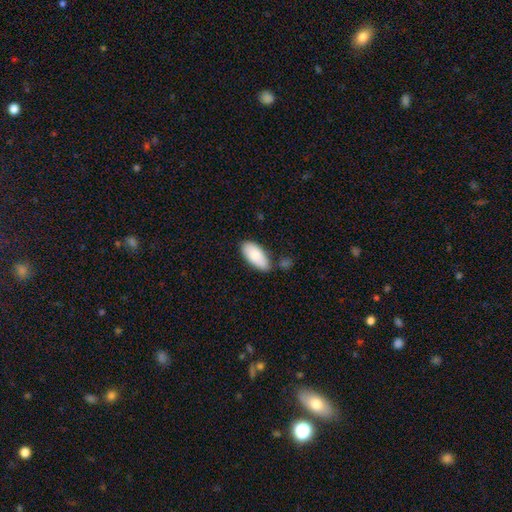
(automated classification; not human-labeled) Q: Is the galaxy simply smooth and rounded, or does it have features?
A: smooth — 81%.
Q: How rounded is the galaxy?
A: in between — 91%.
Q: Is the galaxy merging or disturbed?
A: none — 70%.